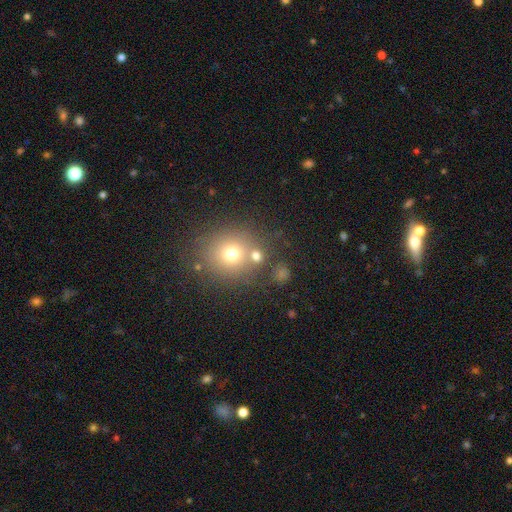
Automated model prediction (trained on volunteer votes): This appears to be a smooth galaxy with no disk features (69%) that is round (83%). Merging: none (62%).